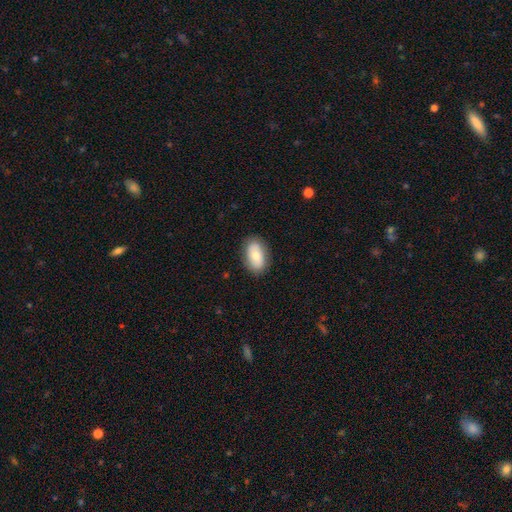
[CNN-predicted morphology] Overall: smooth (70%). How rounded: in between (91%). Merging: none (85%).